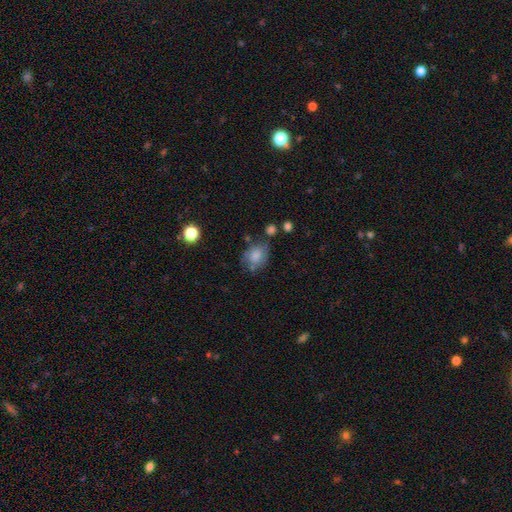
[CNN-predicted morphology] This appears to be a smooth galaxy with no disk features (77%) that is round (56%). Merging: none (57%).